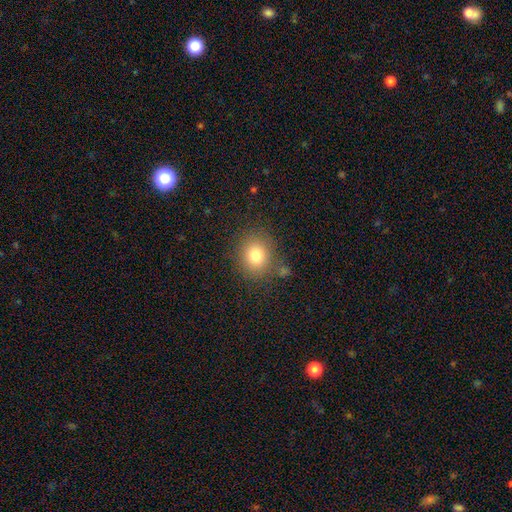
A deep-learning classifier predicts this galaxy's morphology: Smooth or featured? smooth (79%)
How rounded? round (76%)
Merging? none (81%)